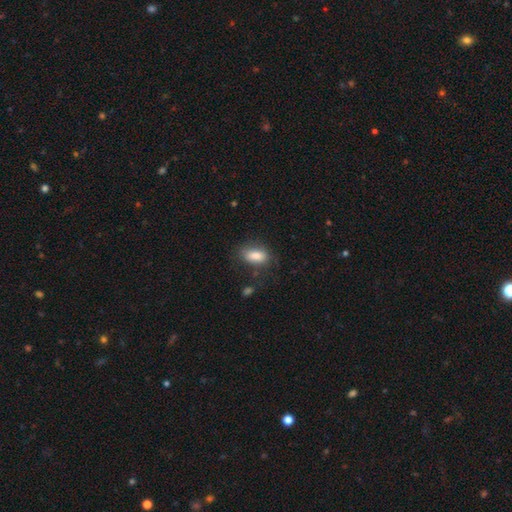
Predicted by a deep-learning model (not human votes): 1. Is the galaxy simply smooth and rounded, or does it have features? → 83% smooth, 10% featured or disk, 8% star or artifact.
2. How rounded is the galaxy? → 88% in between, 7% round, 5% cigar-shaped.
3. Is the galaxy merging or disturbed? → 71% none, 19% minor disturbance, 7% major disturbance, 3% merger.